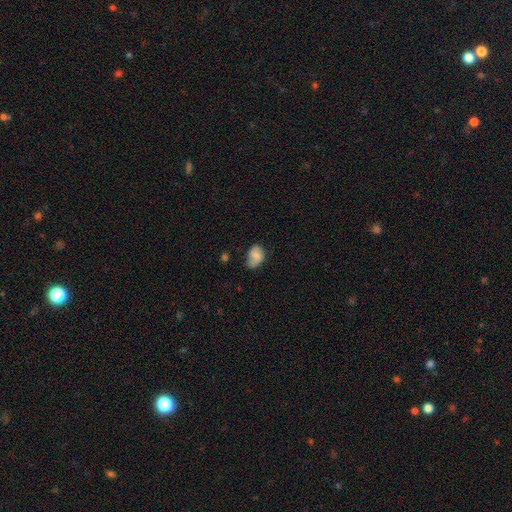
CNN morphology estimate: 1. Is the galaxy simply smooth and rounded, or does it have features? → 64% smooth, 27% featured or disk, 9% star or artifact.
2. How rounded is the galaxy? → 73% in between, 25% round, 1% cigar-shaped.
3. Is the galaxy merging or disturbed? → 50% none, 34% minor disturbance, 12% major disturbance, 4% merger.